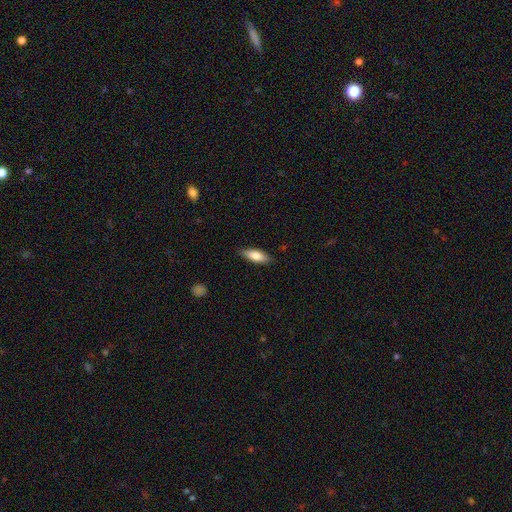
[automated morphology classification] A smooth galaxy with no disk features (77%) that is in between round and cigar-shaped (64%). Merging: none (85%).